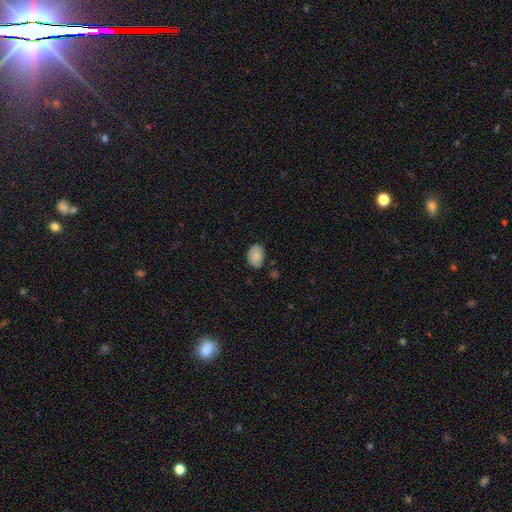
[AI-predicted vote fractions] smooth_or_featured: smooth (p=0.86) [alt: star or artifact p=0.07]
how_rounded: in between (p=0.83) [alt: round p=0.16]
merging: none (p=0.73) [alt: minor disturbance p=0.21]